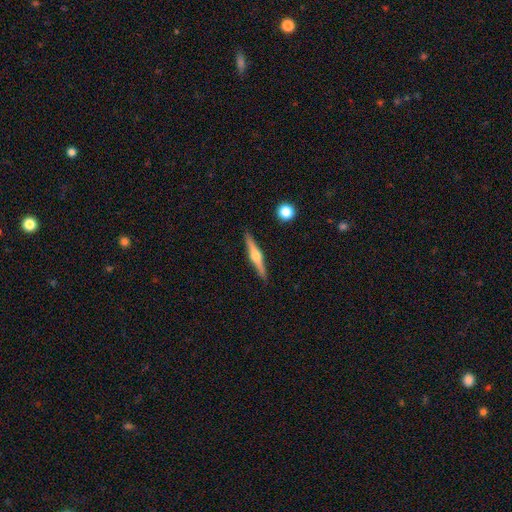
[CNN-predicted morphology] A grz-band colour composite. It shows a featured or disk galaxy (74%) viewed edge-on (98%) with a rounded central bulge (93%). Merging: none (91%).